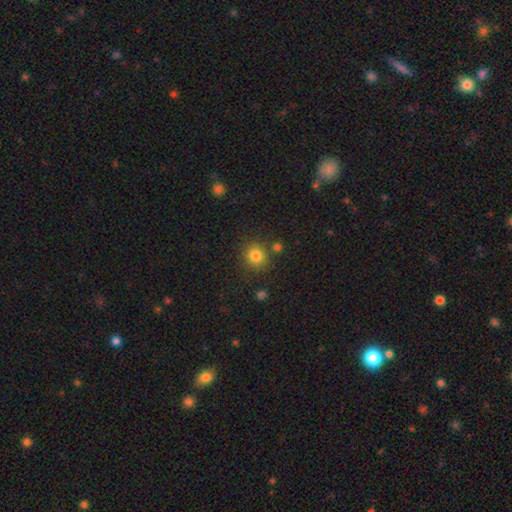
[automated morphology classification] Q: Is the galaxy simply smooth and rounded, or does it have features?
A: smooth — 81%.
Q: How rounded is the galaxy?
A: round — 90%.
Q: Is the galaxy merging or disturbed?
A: none — 82%.